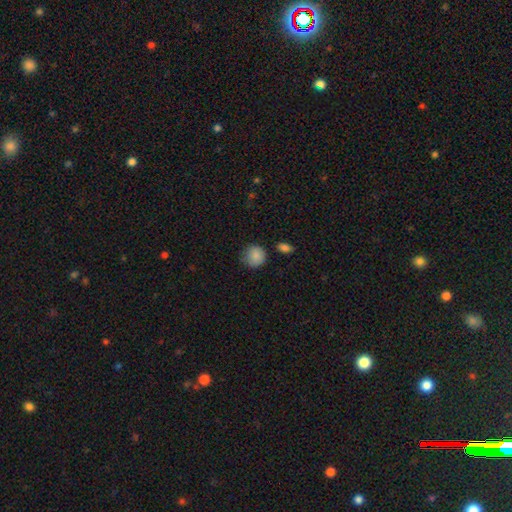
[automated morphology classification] Overall: smooth (87%). How rounded: round (90%). Merging: none (73%).